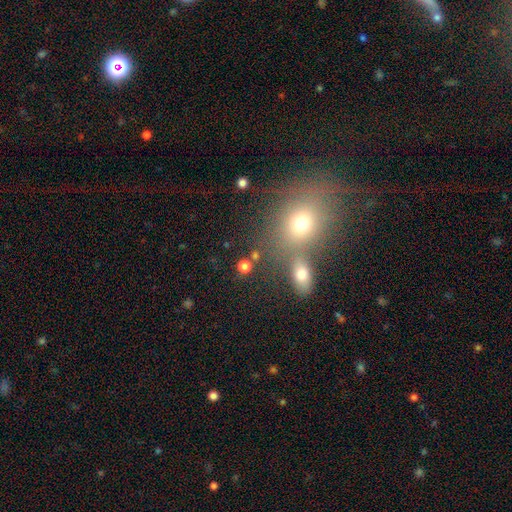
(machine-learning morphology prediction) Smooth or featured? Predicted: smooth (p=0.65). How rounded? Predicted: round (p=0.54). Merging? Predicted: none (p=0.56).